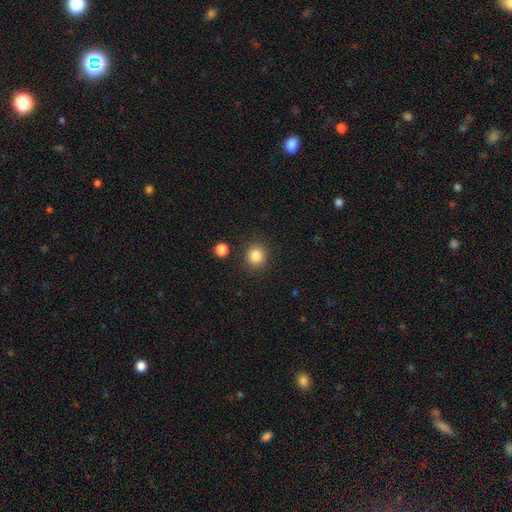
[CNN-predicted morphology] Overall: smooth (85%). How rounded: round (88%). Merging: none (88%).